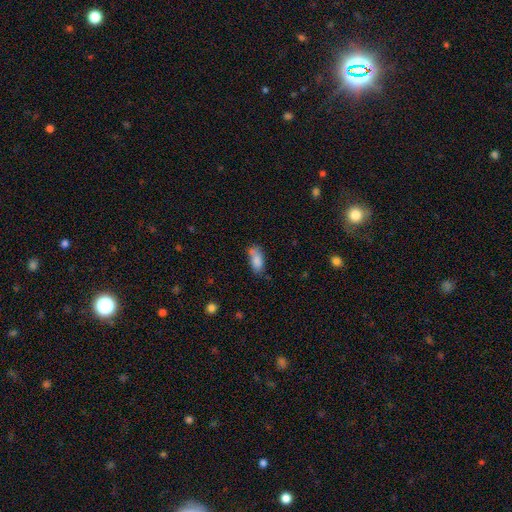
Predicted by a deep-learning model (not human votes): smooth-or-featured: smooth: 80% | featured or disk: 10% | star or artifact: 10%
  how-rounded: in between: 85% | cigar-shaped: 10% | round: 5%
  merging: none: 48% | minor disturbance: 26% | merger: 17% | major disturbance: 9%